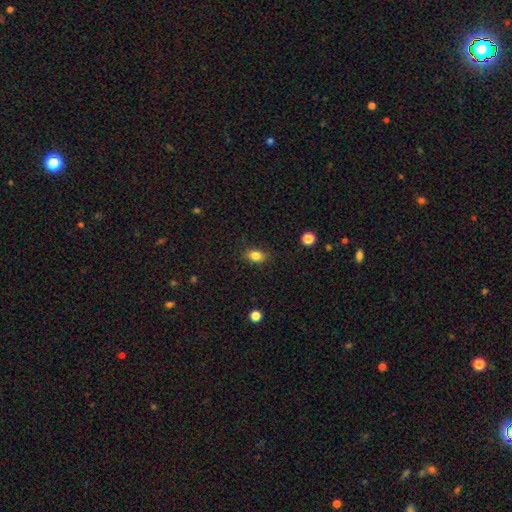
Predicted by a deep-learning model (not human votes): Smooth or featured? Predicted: smooth (p=0.84). How rounded? Predicted: in between (p=0.77). Merging? Predicted: none (p=0.85).